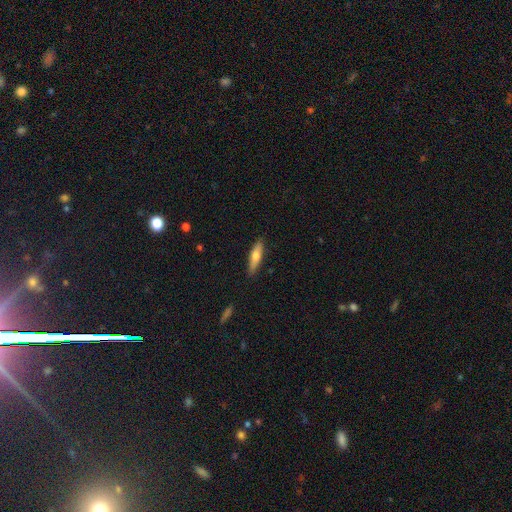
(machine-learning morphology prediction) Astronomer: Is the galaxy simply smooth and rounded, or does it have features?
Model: smooth — 64%.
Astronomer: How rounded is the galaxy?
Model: cigar-shaped — 71%.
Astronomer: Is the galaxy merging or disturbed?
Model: none — 87%.